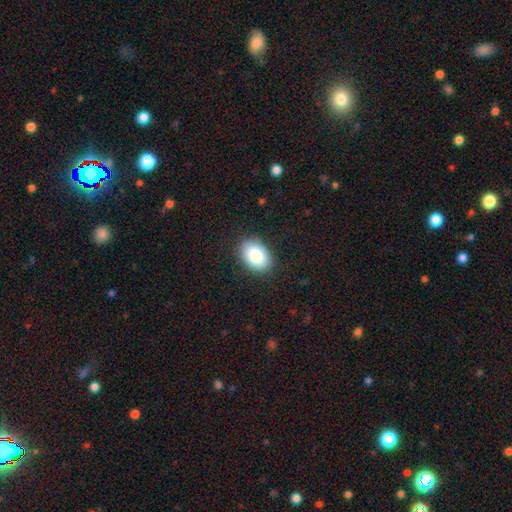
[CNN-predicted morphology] Smooth or featured: smooth — 84% (featured or disk — 9%)
How rounded: in between — 83% (round — 16%)
Merging: none — 87% (minor disturbance — 10%)